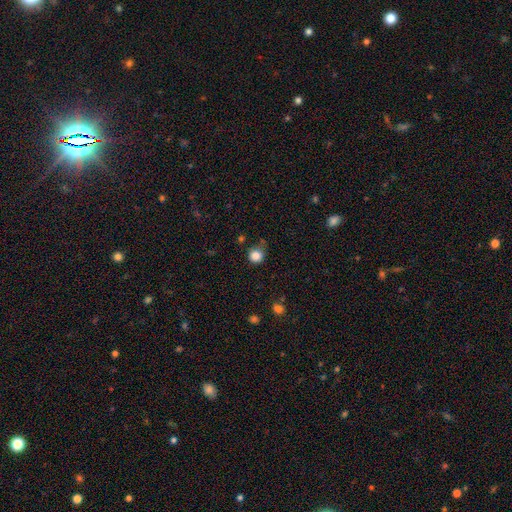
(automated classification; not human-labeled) smooth_or_featured: smooth (p=0.84) [alt: star or artifact p=0.11]
how_rounded: round (p=0.90) [alt: in between p=0.09]
merging: none (p=0.69) [alt: minor disturbance p=0.21]